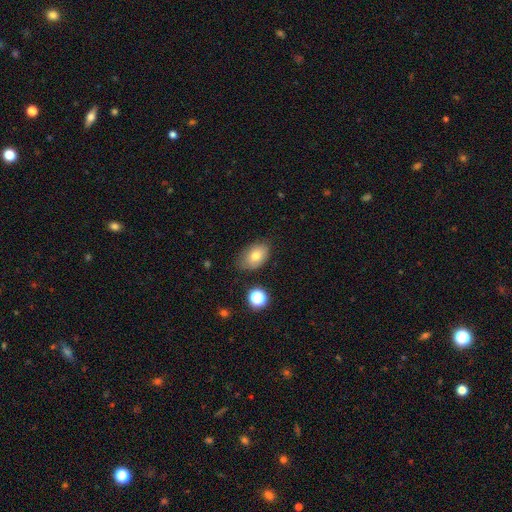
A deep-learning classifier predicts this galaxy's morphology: This appears to be a smooth galaxy with no disk features (77%) that is in between round and cigar-shaped (87%). Merging: none (74%).